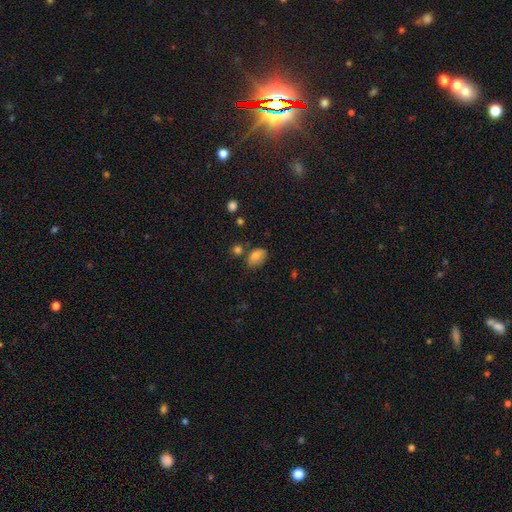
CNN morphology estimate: Smooth or featured? smooth (80%)
How rounded? in between (87%)
Merging? none (66%)